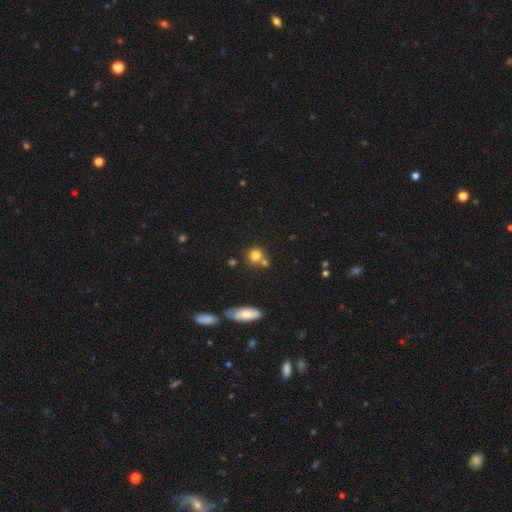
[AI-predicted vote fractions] Overall: smooth (78%). How rounded: round (84%). Merging: none (57%; merger 29%).